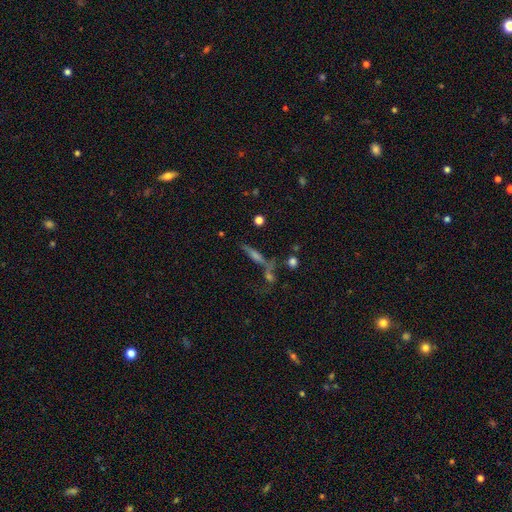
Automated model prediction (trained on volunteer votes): This is possibly a featured or disk galaxy (47%). Merging: possibly none (55%).